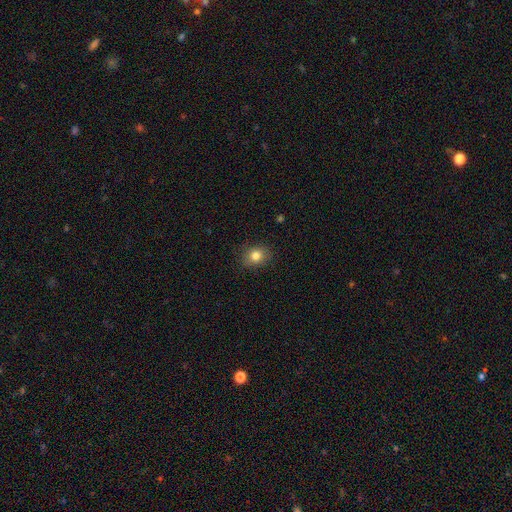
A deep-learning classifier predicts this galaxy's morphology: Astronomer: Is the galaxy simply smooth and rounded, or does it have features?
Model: smooth — 82%.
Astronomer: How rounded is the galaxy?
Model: round — 56% (runner-up: in between, 42%).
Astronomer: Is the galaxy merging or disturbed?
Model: none — 85%.